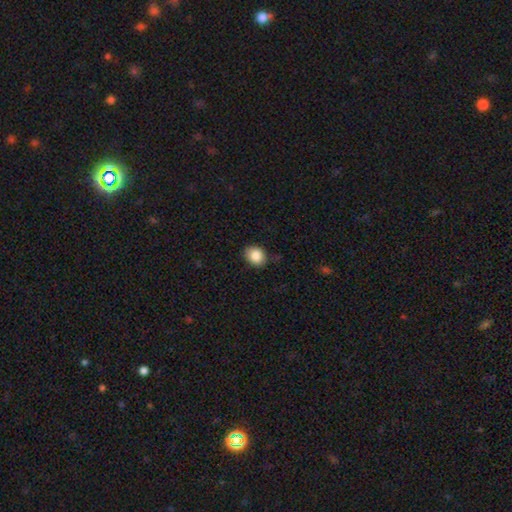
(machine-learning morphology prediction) type=smooth (87%); roundness=round (55%); merging=none (82%).